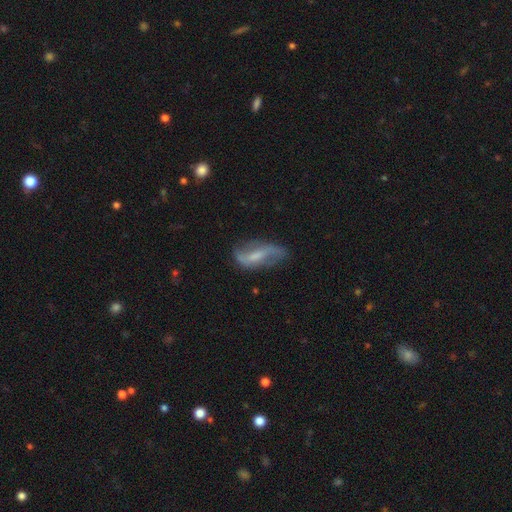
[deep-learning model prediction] smooth-or-featured: featured or disk: 68% | smooth: 25% | star or artifact: 7%
  disk-edge-on: no: 91% | yes: 9%
    bar: weak: 45% | strong: 32% | no: 23%
    has-spiral-arms: yes: 83% | no: 17%
      spiral-winding: loose: 76% | medium: 18% | tight: 7%
      spiral-arm-count: 2: 84% | can't tell: 8% | 1: 5% | 3: 1% | 4: 1% | more than 4: 1%
    bulge-size: small: 39% | moderate: 30% | none: 25% | large: 4% | dominant: 1%
  merging: none: 61% | minor disturbance: 25% | major disturbance: 12% | merger: 3%